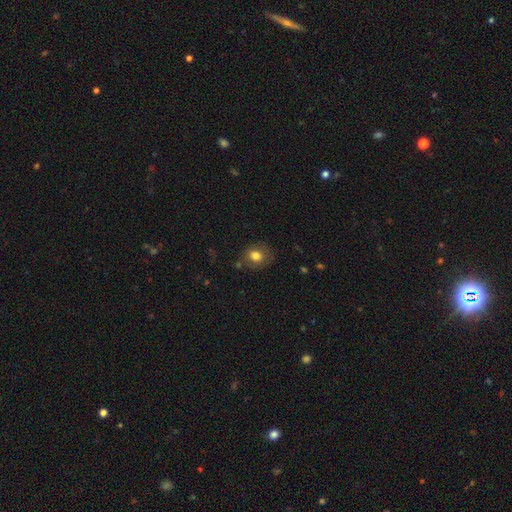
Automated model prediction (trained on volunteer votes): Smooth or featured?
  - smooth: 77% *
  - featured or disk: 13%
  - star or artifact: 10%
How rounded?
  - round: 62% *
  - in between: 37%
  - cigar-shaped: 1%
Merging?
  - none: 76% *
  - minor disturbance: 16%
  - major disturbance: 5%
  - merger: 3%